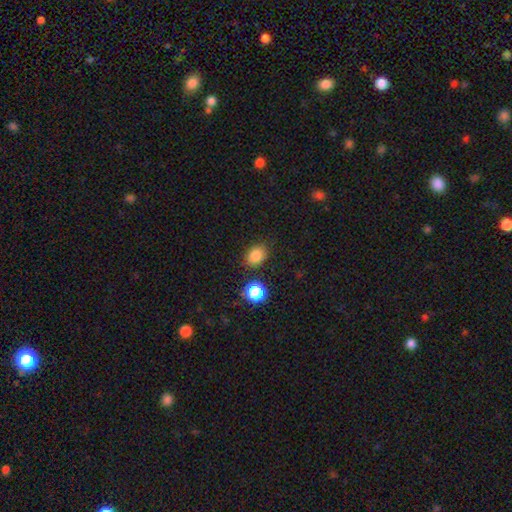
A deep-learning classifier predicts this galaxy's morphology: Q: Smooth or featured?
A: smooth (82%); runner-up: star or artifact (13%)
Q: How rounded?
A: in between (57%); runner-up: round (42%)
Q: Merging?
A: none (82%); runner-up: minor disturbance (11%)